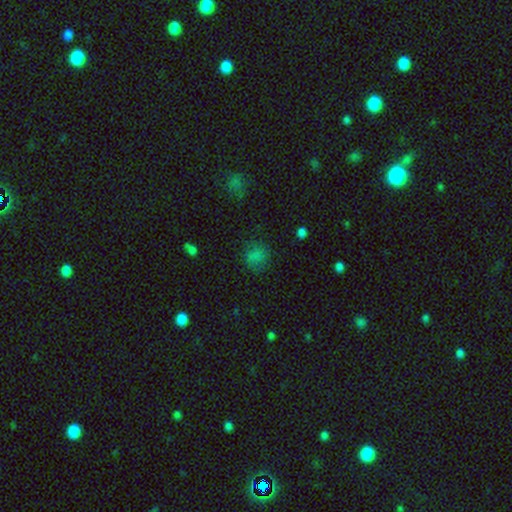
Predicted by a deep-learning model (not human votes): smooth-or-featured: smooth: 77% | star or artifact: 16% | featured or disk: 6%
  how-rounded: round: 79% | in between: 20% | cigar-shaped: 1%
  merging: none: 76% | minor disturbance: 16% | major disturbance: 6% | merger: 2%